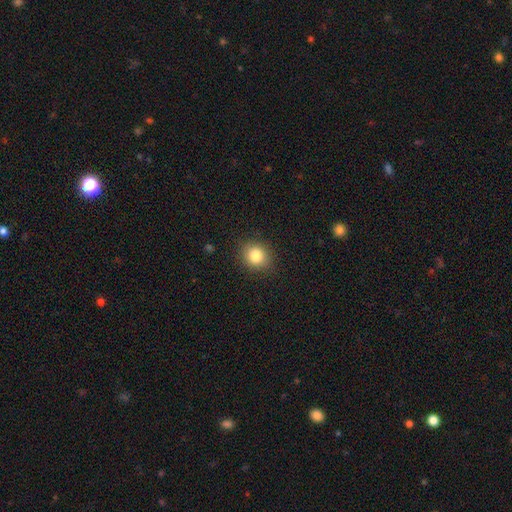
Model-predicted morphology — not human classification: Overall: smooth (82%). How rounded: round (80%). Merging: none (89%).